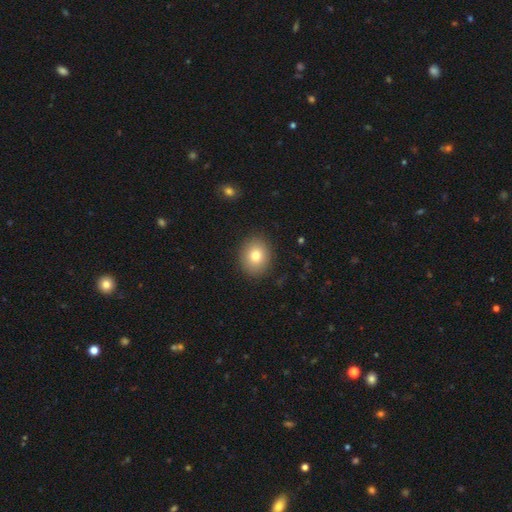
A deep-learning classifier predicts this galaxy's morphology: A smooth galaxy with no disk features (78%) that is round (62%). Merging: none (89%).